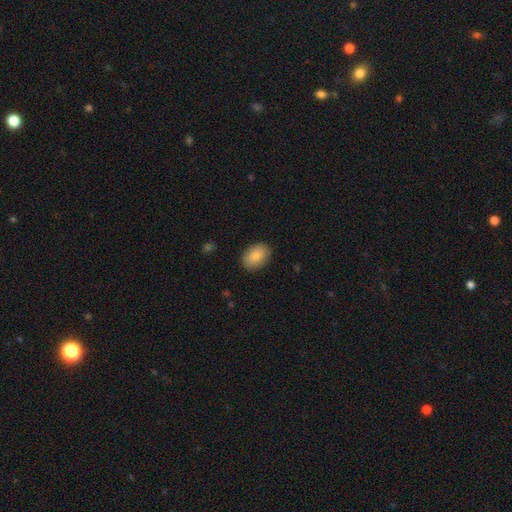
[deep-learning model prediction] smooth-or-featured: smooth: 83% | featured or disk: 10% | star or artifact: 7%
  how-rounded: in between: 74% | round: 25% | cigar-shaped: 1%
  merging: none: 87% | minor disturbance: 9% | major disturbance: 2% | merger: 1%